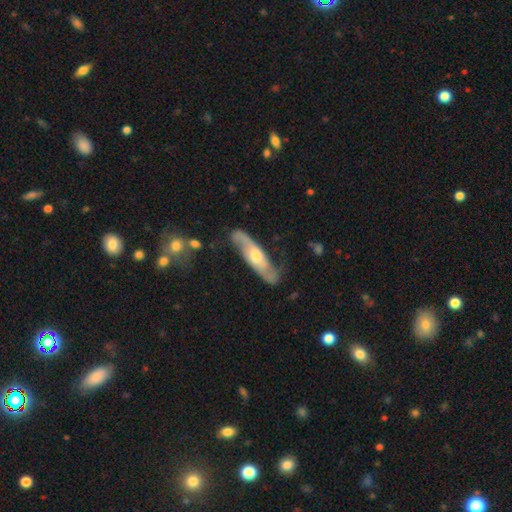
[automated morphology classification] Smooth or featured? Predicted: featured or disk (p=0.75). Edge-on disk? Predicted: no (p=0.73). Bar? Predicted: no (p=0.61). Spiral arms? Predicted: yes (p=0.90). Bulge size? Predicted: moderate (p=0.67). Merging? Predicted: none (p=0.73).